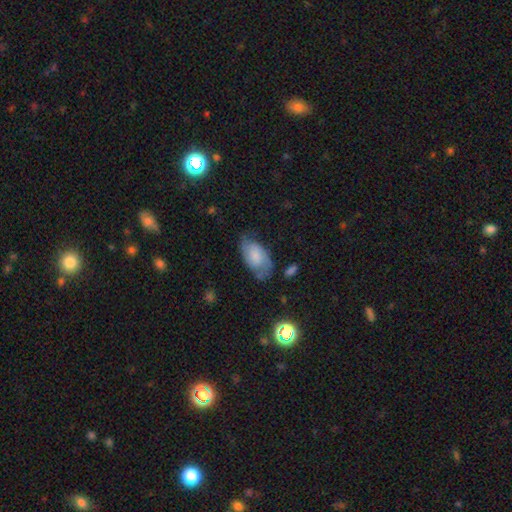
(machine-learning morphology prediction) type=smooth (52%); roundness=in between (93%); merging=none (55%).